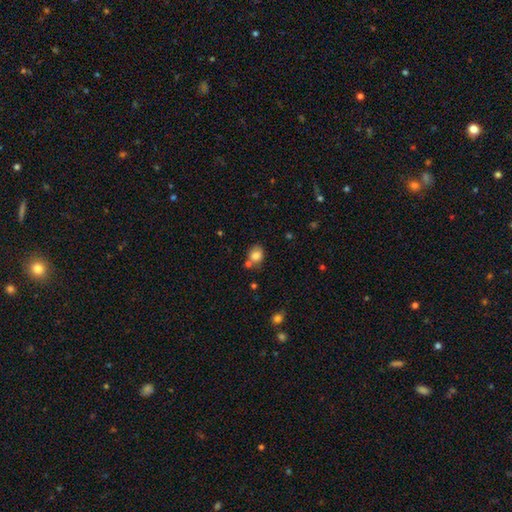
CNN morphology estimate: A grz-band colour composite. It shows a smooth galaxy with no disk features (81%) that is round (58%). Merging: none (60%).